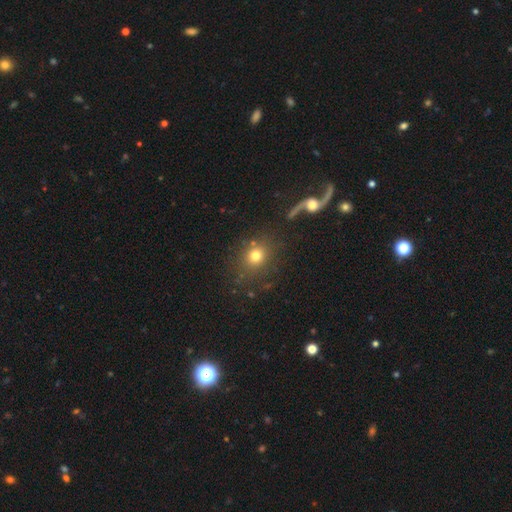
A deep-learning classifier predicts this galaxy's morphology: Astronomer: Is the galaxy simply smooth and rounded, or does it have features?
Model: smooth — 75%.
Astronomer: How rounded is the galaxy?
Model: round — 78%.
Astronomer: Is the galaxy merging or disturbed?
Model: none — 80%.